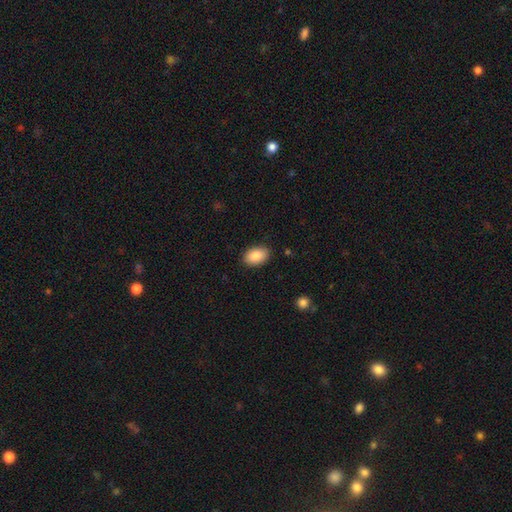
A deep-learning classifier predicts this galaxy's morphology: A smooth galaxy with no disk features (88%) that is in between round and cigar-shaped (89%). Merging: none (87%).